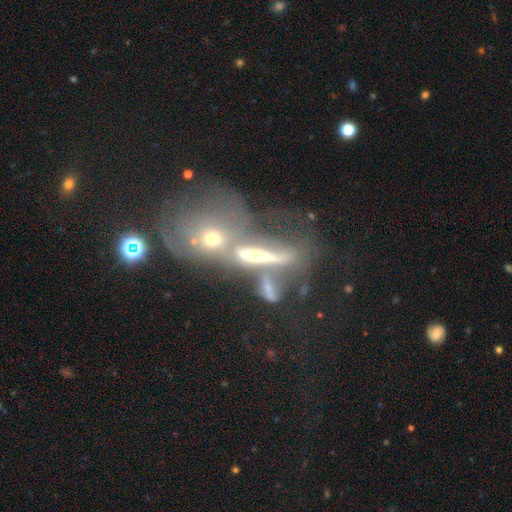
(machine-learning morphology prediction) smooth-or-featured: featured or disk: 53% | smooth: 28% | star or artifact: 18%
  disk-edge-on: no: 58% | yes: 42%
  merging: merger: 52% | none: 22% | major disturbance: 16% | minor disturbance: 10%